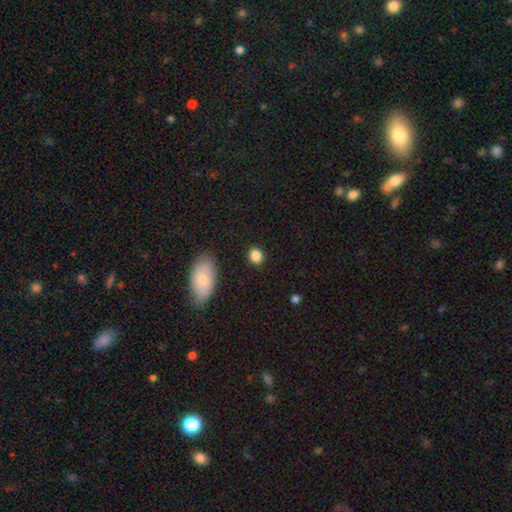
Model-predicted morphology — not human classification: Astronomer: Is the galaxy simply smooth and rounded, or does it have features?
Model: smooth — 86%.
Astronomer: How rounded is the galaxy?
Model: round — 59% (runner-up: in between, 40%).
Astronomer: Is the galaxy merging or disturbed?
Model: none — 86%.